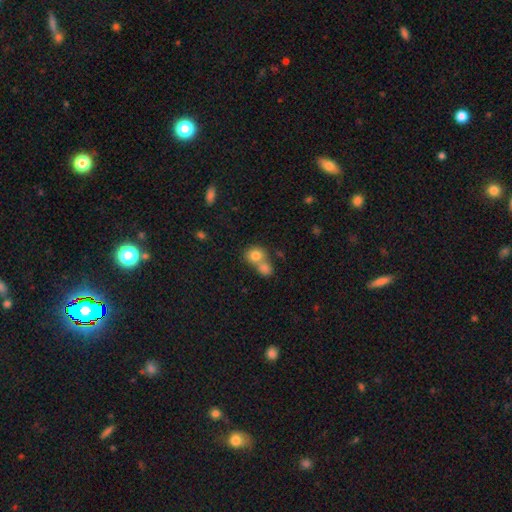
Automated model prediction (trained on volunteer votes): The model was most divided on "merging": merger: 57%, none: 33%, minor disturbance: 7%, major disturbance: 3%. More confident: smooth or featured — smooth (80%); how rounded — round (74%).